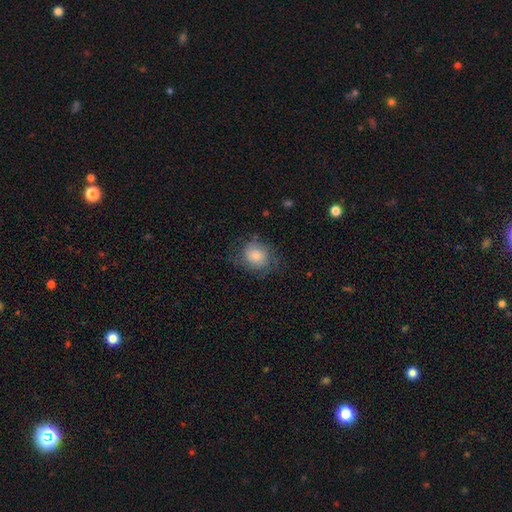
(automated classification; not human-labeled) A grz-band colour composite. It shows a smooth galaxy with no disk features (79%) that is round (67%). Merging: none (64%).